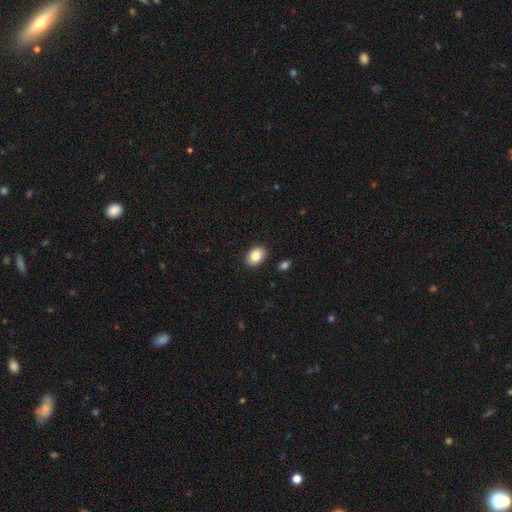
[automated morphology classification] Smooth or featured: smooth — 86% (star or artifact — 7%)
How rounded: in between — 80% (round — 18%)
Merging: none — 88% (minor disturbance — 9%)